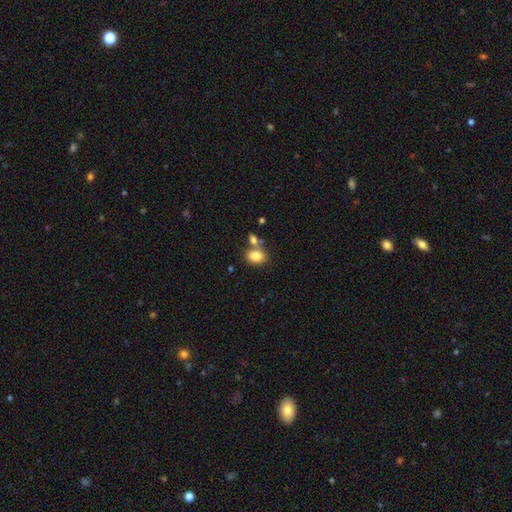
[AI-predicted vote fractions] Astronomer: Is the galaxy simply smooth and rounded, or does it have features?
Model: smooth — 84%.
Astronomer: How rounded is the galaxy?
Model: in between — 77%.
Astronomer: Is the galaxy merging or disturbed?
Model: none — 54% (runner-up: merger, 30%).